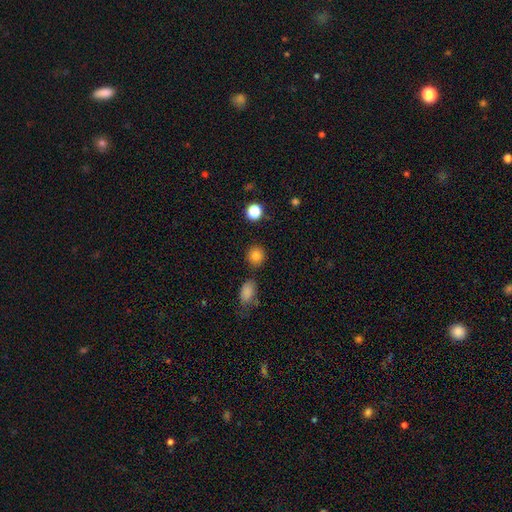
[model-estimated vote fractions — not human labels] A smooth galaxy with no disk features (82%) that is round (88%).

Vote fractions:
- Smooth or featured? smooth: 82% / star or artifact: 12% / featured or disk: 5%
- How rounded? round: 88% / in between: 11% / cigar-shaped: 1%
- Merging? none: 83% / minor disturbance: 9% / merger: 5% / major disturbance: 3%